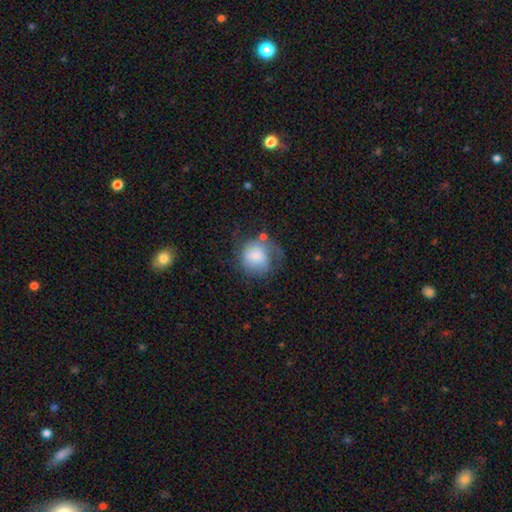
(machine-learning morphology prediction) Smooth or featured: smooth — 62% (featured or disk — 29%)
How rounded: round — 76% (in between — 23%)
Merging: none — 35% (major disturbance — 32%)